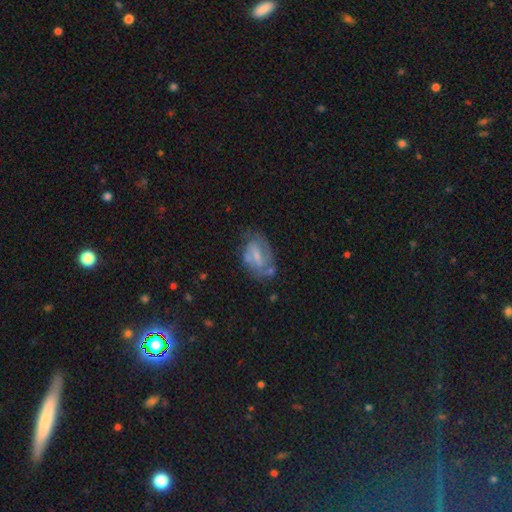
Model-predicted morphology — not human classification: Smooth or featured? featured or disk (66%)
Edge-on disk? no (95%)
Bar? weak (49%)
Spiral arms? yes (77%)
Bulge size? small (50%)
Merging? none (51%)